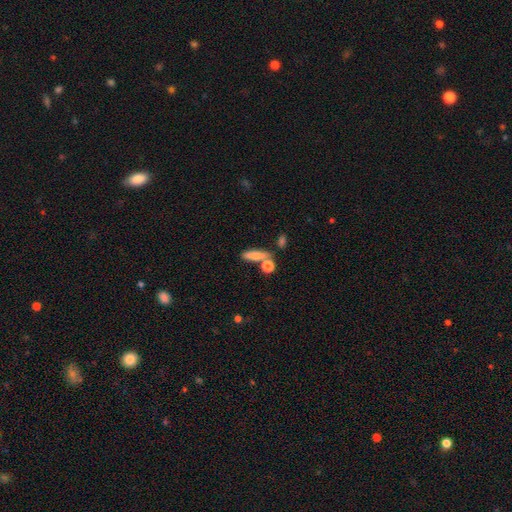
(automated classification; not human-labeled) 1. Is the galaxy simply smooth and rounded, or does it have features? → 74% smooth, 16% featured or disk, 10% star or artifact.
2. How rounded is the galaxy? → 48% cigar-shaped, 42% in between, 9% round.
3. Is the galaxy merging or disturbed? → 60% none, 20% merger, 14% minor disturbance, 6% major disturbance.